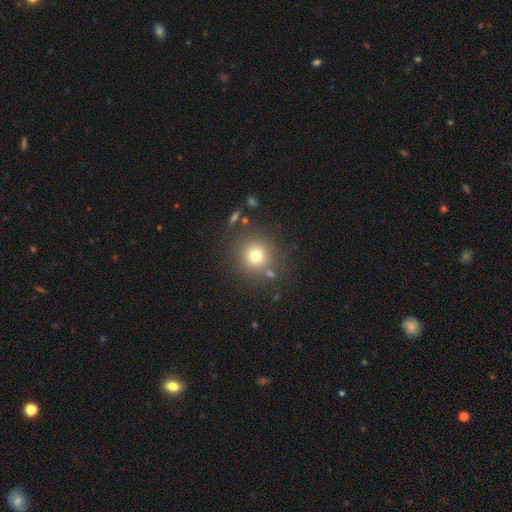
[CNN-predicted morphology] This is likely a smooth galaxy (75%). How rounded: clearly round (93%). Merging: likely none (80%).